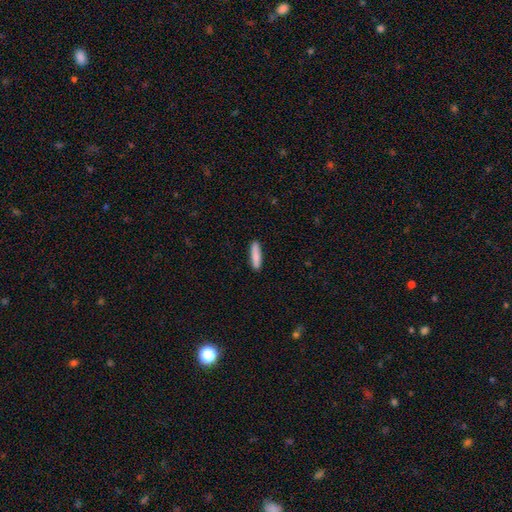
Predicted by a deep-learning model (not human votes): This appears to be a smooth galaxy with no disk features (85%) that is cigar-shaped (81%). Merging: none (90%).